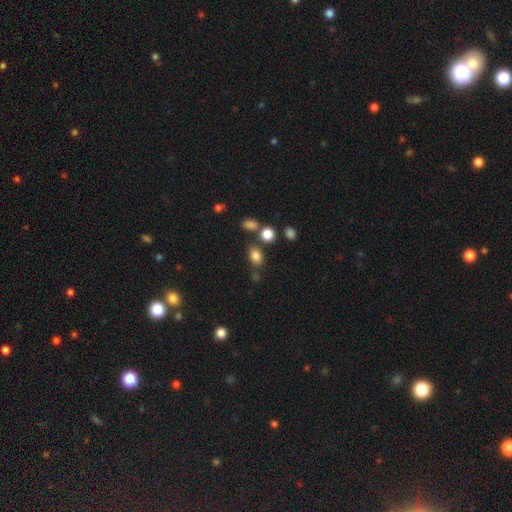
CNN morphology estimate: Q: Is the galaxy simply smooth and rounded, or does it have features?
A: smooth — 81%.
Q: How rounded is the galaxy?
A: in between — 63%.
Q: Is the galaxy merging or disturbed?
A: none — 69%.